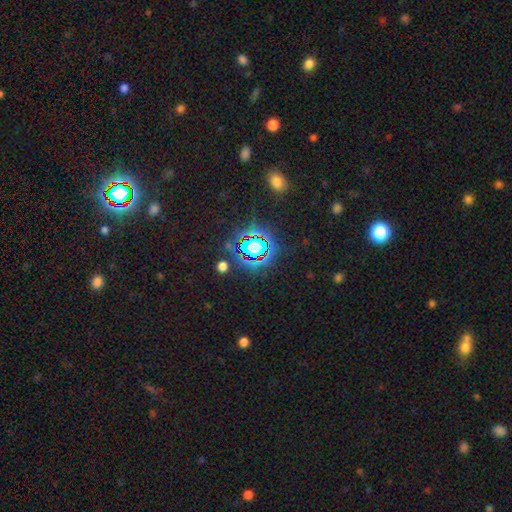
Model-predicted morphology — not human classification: This appears to be a star or artifact, not a galaxy (78%).